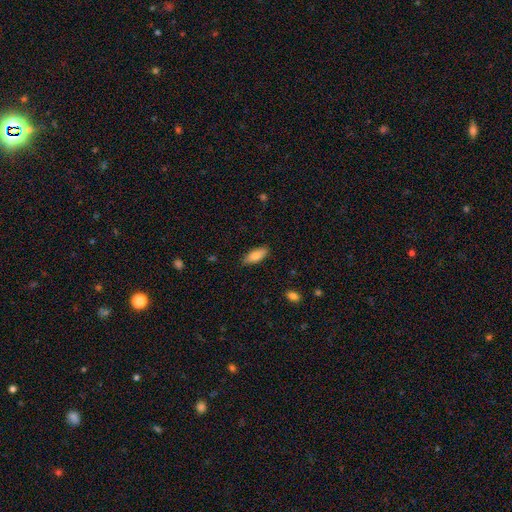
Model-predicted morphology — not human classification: smooth_or_featured: smooth (p=0.82) [alt: featured or disk p=0.12]
how_rounded: in between (p=0.78) [alt: cigar-shaped p=0.20]
merging: none (p=0.86) [alt: minor disturbance p=0.11]